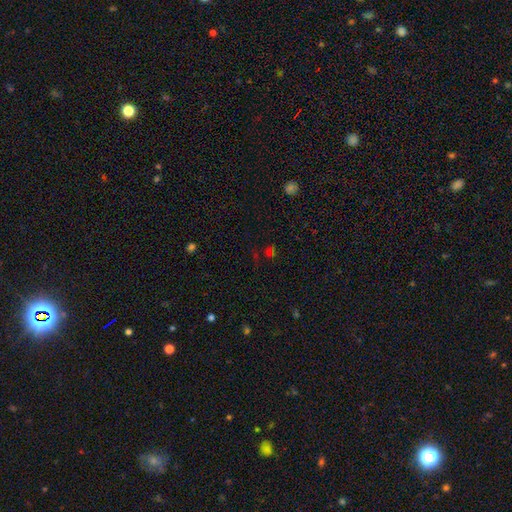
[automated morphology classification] star or artifact 58%, smooth 32%, featured or disk 10%.